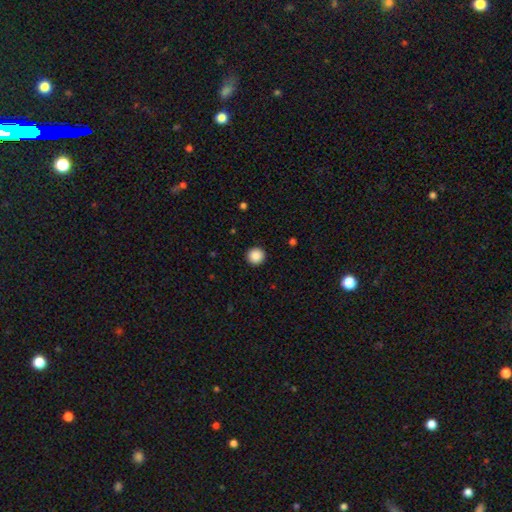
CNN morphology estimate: Smooth or featured?
  - smooth: 88% *
  - star or artifact: 9%
  - featured or disk: 3%
How rounded?
  - round: 96% *
  - in between: 3%
  - cigar-shaped: 1%
Merging?
  - none: 93% *
  - minor disturbance: 4%
  - major disturbance: 2%
  - merger: 1%